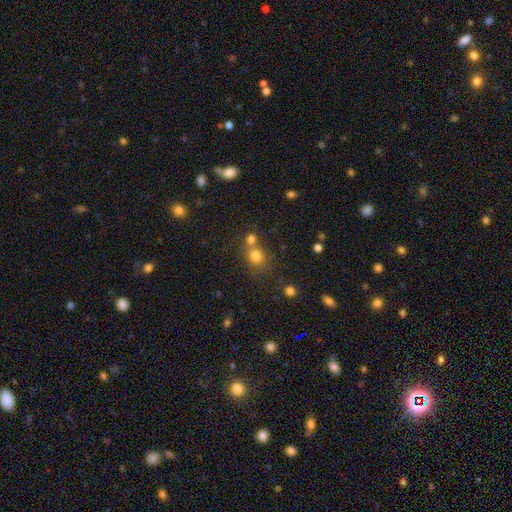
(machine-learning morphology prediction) Smooth or featured? Predicted: smooth (p=0.77). How rounded? Predicted: round (p=0.78). Merging? Predicted: none (p=0.49).